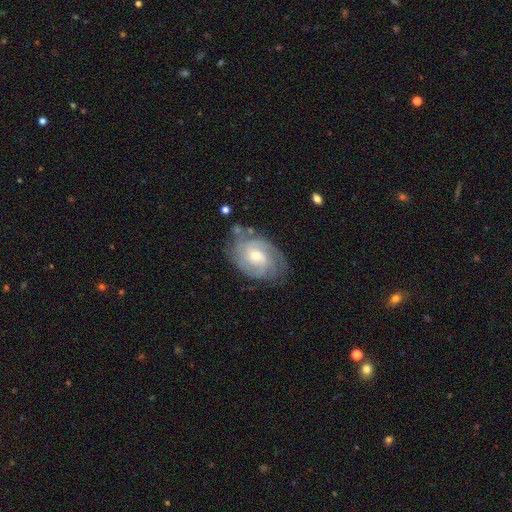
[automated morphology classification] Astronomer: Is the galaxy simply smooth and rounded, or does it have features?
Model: featured or disk — 83%.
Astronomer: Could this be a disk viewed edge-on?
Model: no — 97%.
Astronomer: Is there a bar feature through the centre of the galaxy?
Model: no — 52% (runner-up: weak, 41%).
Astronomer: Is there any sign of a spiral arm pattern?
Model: yes — 95%.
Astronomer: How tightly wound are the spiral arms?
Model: tight — 62%.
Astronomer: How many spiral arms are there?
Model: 2 — 31% (runner-up: can't tell, 27%).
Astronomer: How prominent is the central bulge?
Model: moderate — 56% (runner-up: small, 38%).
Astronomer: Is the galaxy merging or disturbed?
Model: none — 72%.